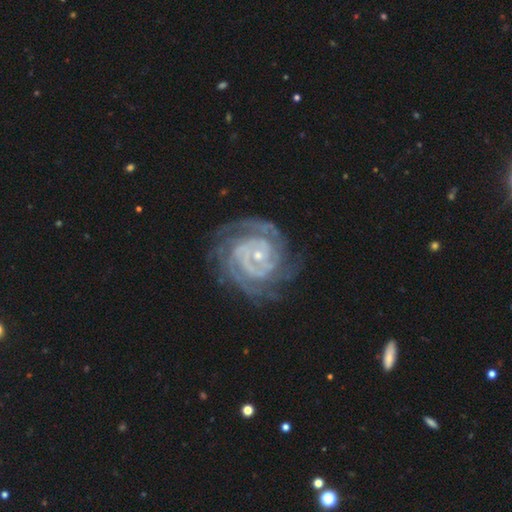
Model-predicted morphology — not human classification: The model was most divided on "spiral arm count": 2: 26%, 3: 22%, can't tell: 19%, 4: 17%, more than 4: 9%, 1: 7%. More confident: spiral arms — yes (98%); edge-on disk — no (98%); smooth or featured — featured or disk (90%); bulge size — small (79%); spiral winding — tight (78%); merging — none (75%); bar — no (63%).